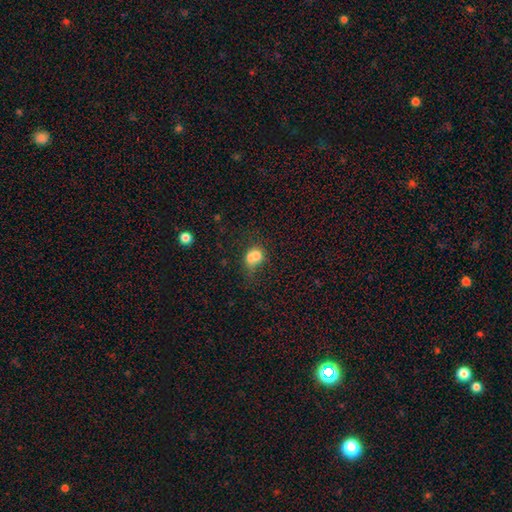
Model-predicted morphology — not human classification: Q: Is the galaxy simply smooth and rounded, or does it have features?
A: smooth — 73%.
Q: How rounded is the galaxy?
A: round — 57%.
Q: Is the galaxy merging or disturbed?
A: merger — 45%.